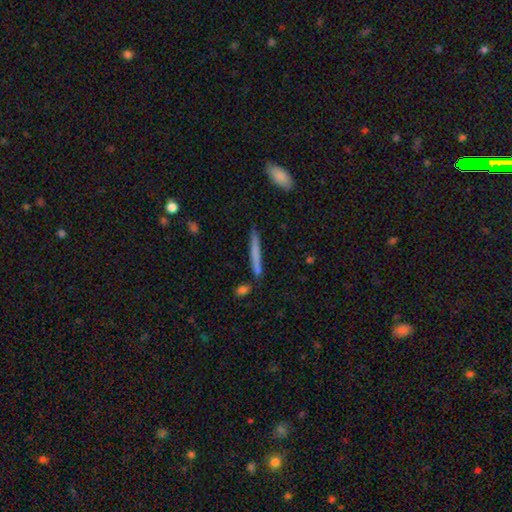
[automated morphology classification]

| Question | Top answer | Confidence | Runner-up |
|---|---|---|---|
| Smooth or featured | smooth | 66% | featured or disk (28%) |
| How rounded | cigar-shaped | 96% | in between (3%) |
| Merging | none | 84% | minor disturbance (9%) |